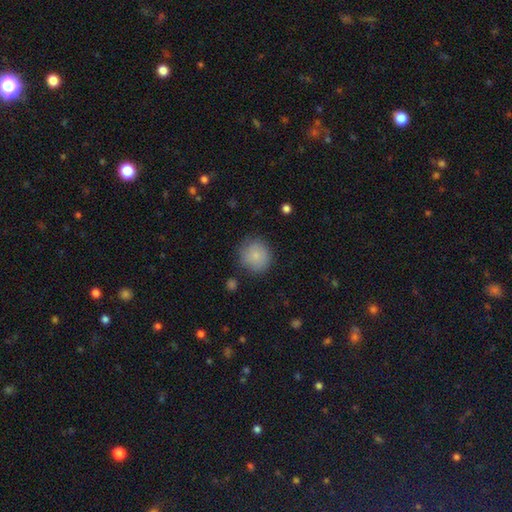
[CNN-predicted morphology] Smooth or featured? Predicted: smooth (p=0.83). How rounded? Predicted: round (p=0.91). Merging? Predicted: none (p=0.80).